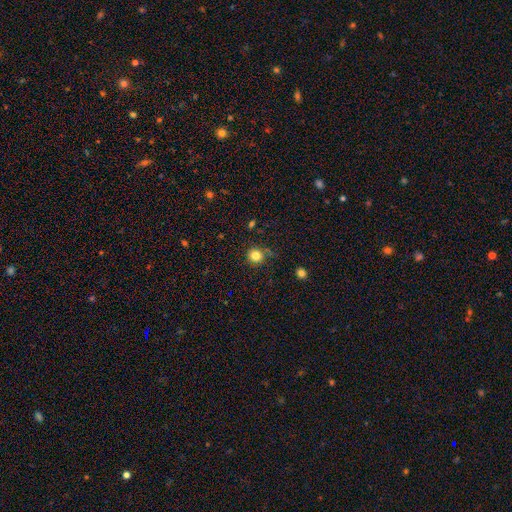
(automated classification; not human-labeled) This is clearly a smooth galaxy (81%). How rounded: clearly round (92%). Merging: likely none (79%).